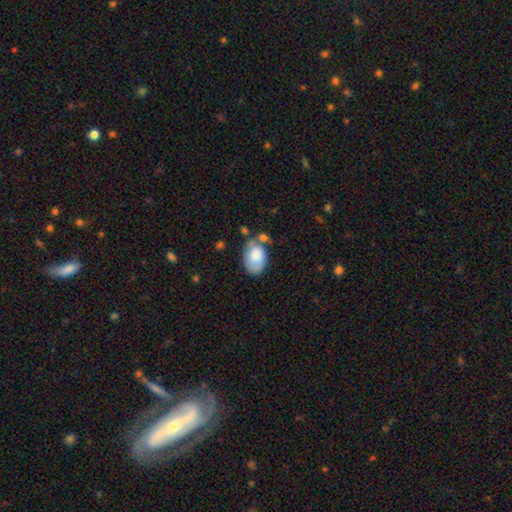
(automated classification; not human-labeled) smooth-or-featured: smooth: 79% | featured or disk: 14% | star or artifact: 7%
  how-rounded: in between: 85% | round: 14% | cigar-shaped: 1%
  merging: none: 46% | minor disturbance: 28% | merger: 15% | major disturbance: 11%